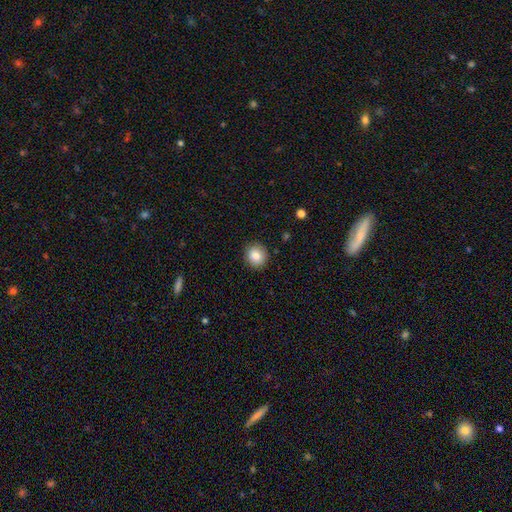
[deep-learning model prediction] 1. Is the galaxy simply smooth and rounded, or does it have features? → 85% smooth, 9% star or artifact, 6% featured or disk.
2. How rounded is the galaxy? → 84% round, 15% in between, 1% cigar-shaped.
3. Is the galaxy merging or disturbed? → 90% none, 7% minor disturbance, 2% major disturbance, 1% merger.